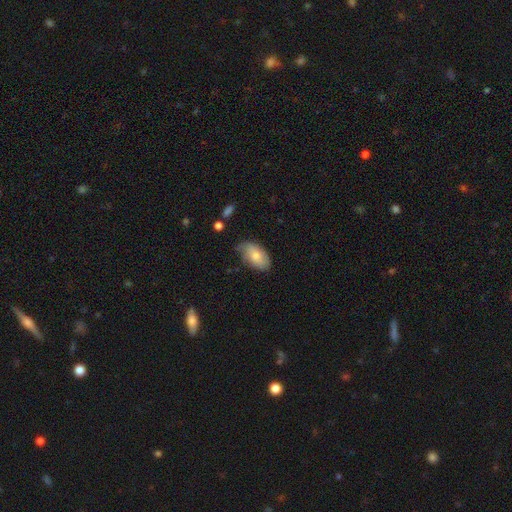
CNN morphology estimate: A smooth galaxy with no disk features (75%) that is in between round and cigar-shaped (94%).

Vote fractions:
- Smooth or featured? smooth: 75% / featured or disk: 19% / star or artifact: 7%
- How rounded? in between: 94% / round: 4% / cigar-shaped: 2%
- Merging? none: 60% / minor disturbance: 31% / major disturbance: 7% / merger: 2%